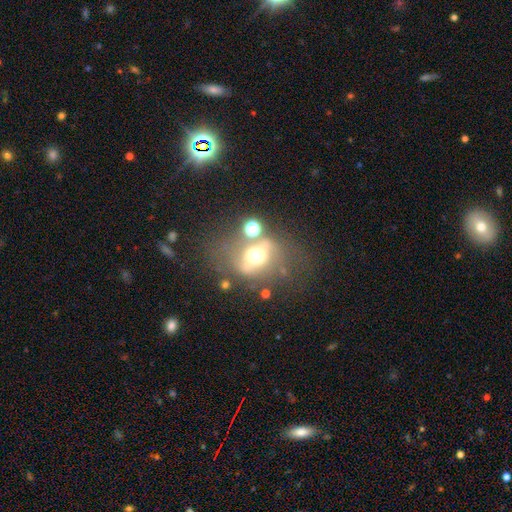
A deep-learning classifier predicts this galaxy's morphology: Smooth or featured? featured or disk (50%)
Edge-on disk? no (84%)
Merging? none (52%)